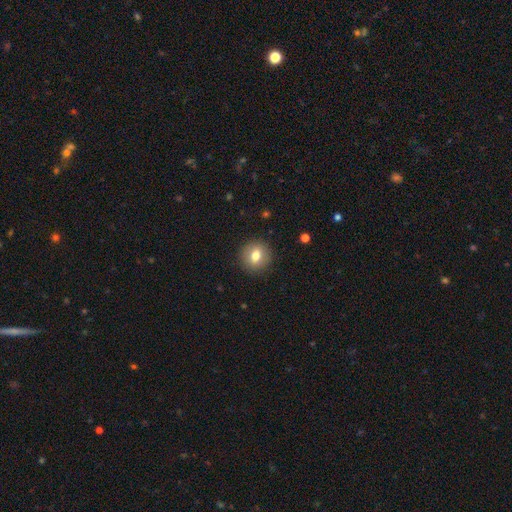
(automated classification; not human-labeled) smooth-or-featured: smooth: 76% | featured or disk: 14% | star or artifact: 9%
  how-rounded: round: 86% | in between: 13% | cigar-shaped: 1%
  merging: none: 90% | minor disturbance: 7% | major disturbance: 2% | merger: 1%